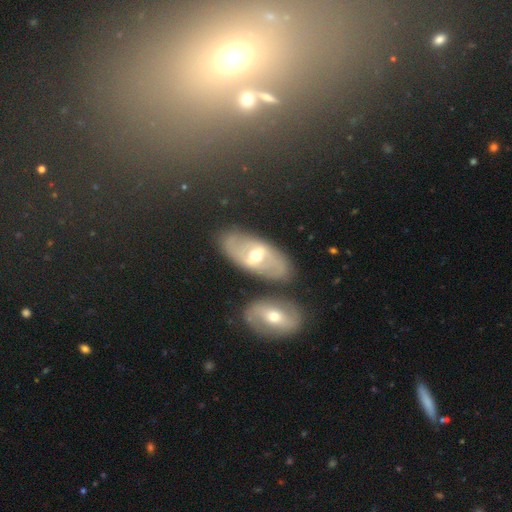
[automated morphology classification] Overall: featured or disk (71%). Edge-on disk: no (88%). Bar: weak (43%; strong 41%). Spiral arms: yes (56%; no 44%). Bulge size: moderate (75%). Merging: none (74%).